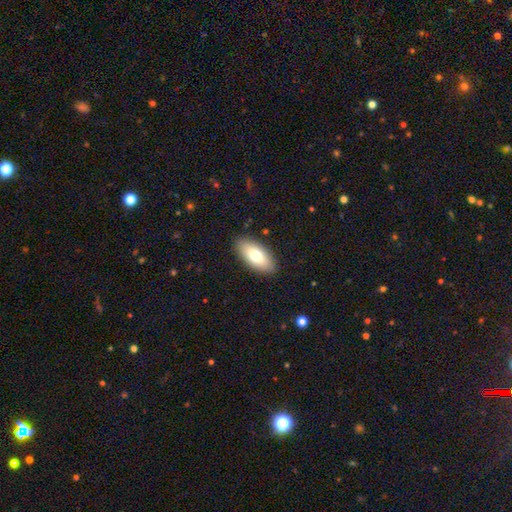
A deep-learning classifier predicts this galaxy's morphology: Smooth or featured? smooth (75%)
How rounded? in between (90%)
Merging? none (88%)